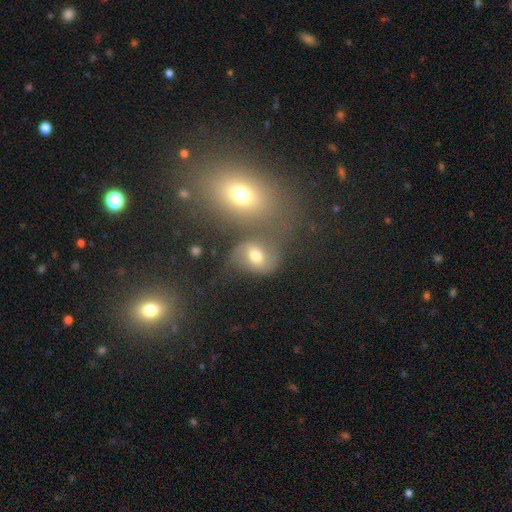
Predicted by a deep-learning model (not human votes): A smooth galaxy with no disk features (50%) that is in between round and cigar-shaped (59%).

Vote fractions:
- Smooth or featured? smooth: 50% / featured or disk: 35% / star or artifact: 15%
- How rounded? in between: 59% / round: 39% / cigar-shaped: 2%
- Merging? none: 44% / merger: 30% / minor disturbance: 15% / major disturbance: 11%